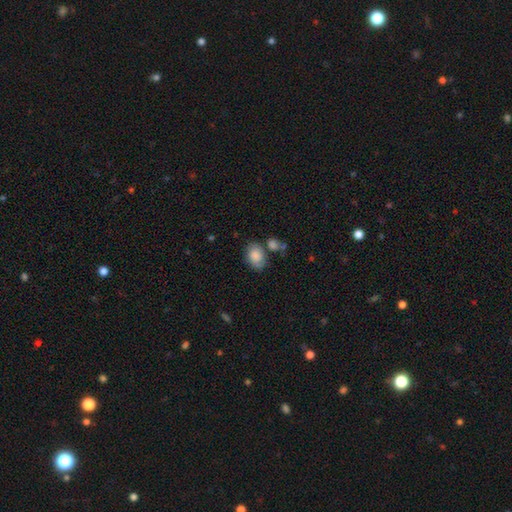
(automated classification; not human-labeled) Smooth or featured?
  - smooth: 82% *
  - featured or disk: 11%
  - star or artifact: 7%
How rounded?
  - in between: 79% *
  - round: 20%
  - cigar-shaped: 1%
Merging?
  - none: 59% *
  - minor disturbance: 21%
  - merger: 14%
  - major disturbance: 7%